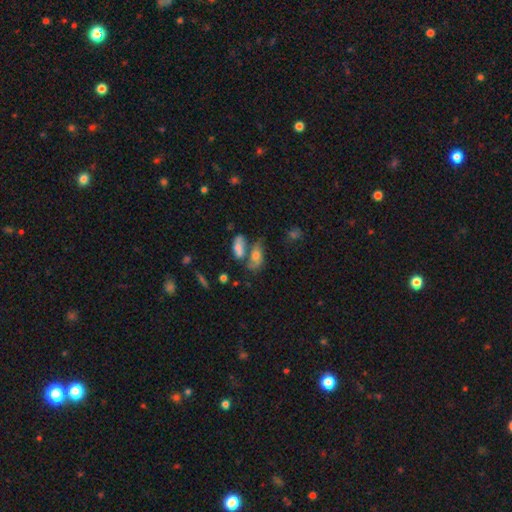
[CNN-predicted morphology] This appears to be a smooth galaxy with no disk features (55%) that is in between round and cigar-shaped (83%). Merging: merger (49%).